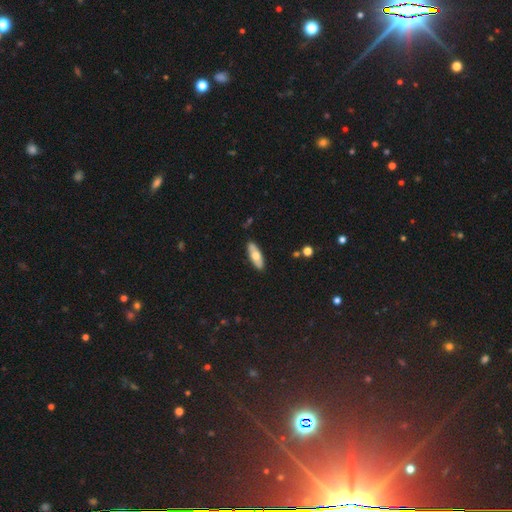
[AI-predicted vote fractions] smooth-or-featured: smooth: 59% | featured or disk: 35% | star or artifact: 6%
  how-rounded: in between: 63% | cigar-shaped: 35% | round: 2%
  merging: none: 87% | minor disturbance: 10% | major disturbance: 2% | merger: 2%